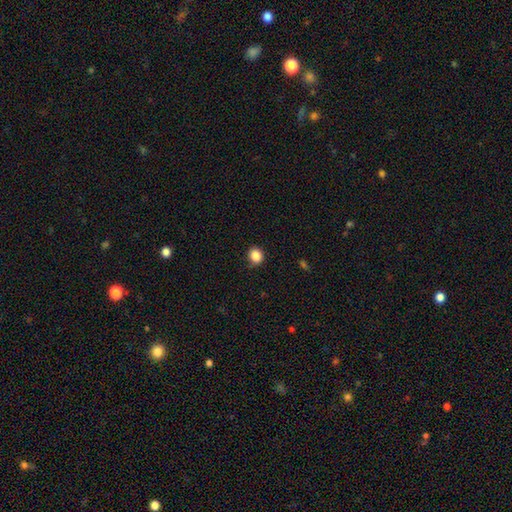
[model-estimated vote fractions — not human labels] Smooth or featured? smooth (87%)
How rounded? round (67%)
Merging? none (84%)